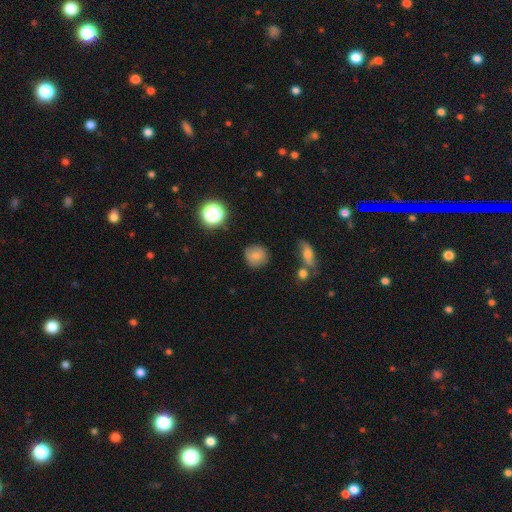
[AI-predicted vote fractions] This is likely a smooth galaxy (79%). How rounded: clearly round (89%). Merging: clearly none (82%).